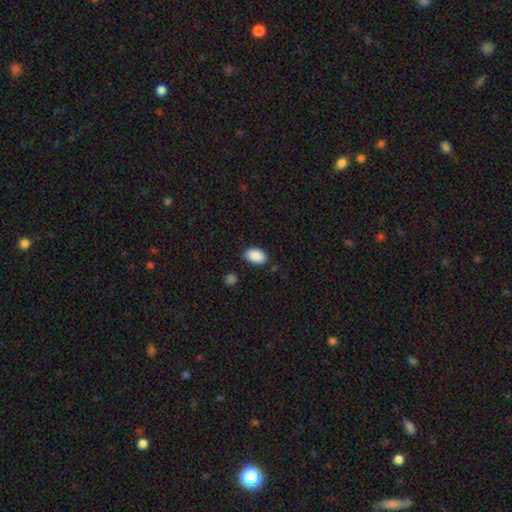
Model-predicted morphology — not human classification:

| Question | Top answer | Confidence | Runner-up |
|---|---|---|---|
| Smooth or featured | smooth | 90% | star or artifact (7%) |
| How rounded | in between | 93% | round (6%) |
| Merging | none | 83% | minor disturbance (12%) |